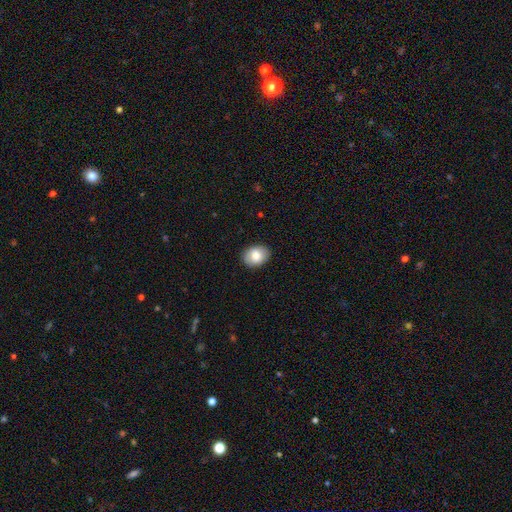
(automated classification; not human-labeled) smooth-or-featured: smooth: 80% | featured or disk: 13% | star or artifact: 7%
  how-rounded: in between: 65% | round: 34% | cigar-shaped: 1%
  merging: none: 87% | minor disturbance: 10% | major disturbance: 2% | merger: 1%